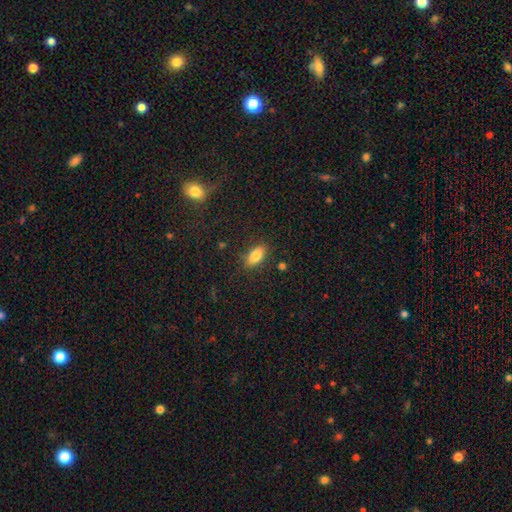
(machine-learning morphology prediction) Smooth or featured: smooth — 81% (featured or disk — 10%)
How rounded: in between — 86% (cigar-shaped — 10%)
Merging: none — 84% (minor disturbance — 11%)